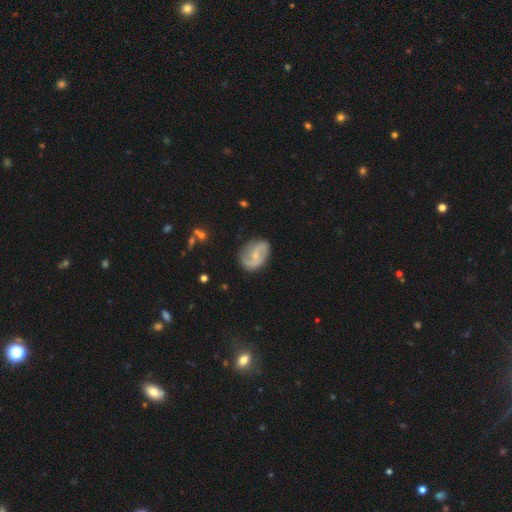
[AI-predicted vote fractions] smooth_or_featured: featured or disk (p=0.77) [alt: smooth p=0.18]
disk_edge_on: no (p=0.97) [alt: yes p=0.03]
bar: weak (p=0.44) [tied with: no p=0.44]
has_spiral_arms: yes (p=0.92) [alt: no p=0.08]
spiral_winding: medium (p=0.42) [alt: loose p=0.41]
spiral_arm_count: 2 (p=0.85) [alt: can't tell p=0.07]
bulge_size: small (p=0.64) [alt: moderate p=0.26]
merging: none (p=0.73) [alt: minor disturbance p=0.19]